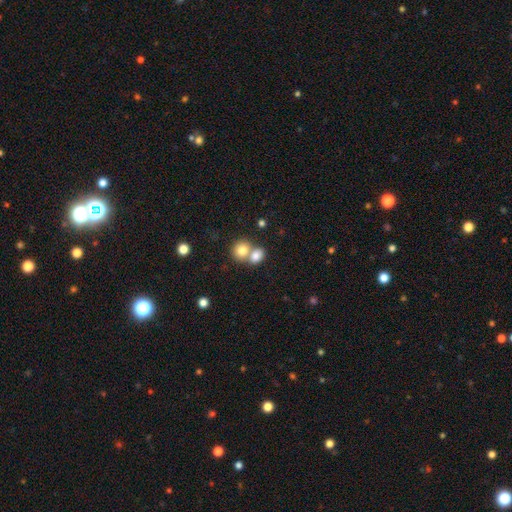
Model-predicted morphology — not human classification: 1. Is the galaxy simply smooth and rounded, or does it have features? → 79% smooth, 12% featured or disk, 9% star or artifact.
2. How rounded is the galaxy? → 56% round, 43% in between, 1% cigar-shaped.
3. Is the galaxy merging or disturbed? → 60% merger, 31% none, 6% minor disturbance, 3% major disturbance.